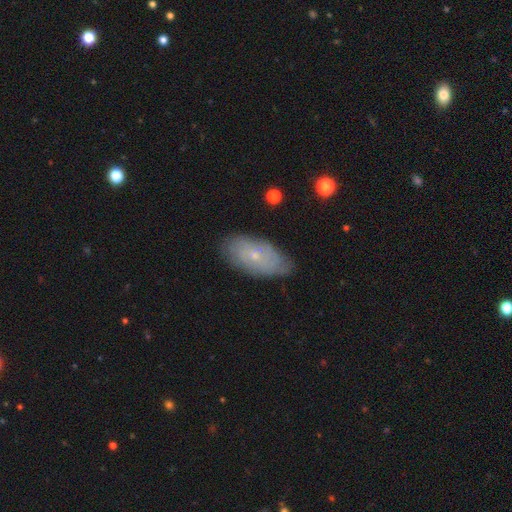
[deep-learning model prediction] Smooth or featured?
  - featured or disk: 47% *
  - smooth: 45%
  - star or artifact: 8%
Merging?
  - none: 75% *
  - minor disturbance: 19%
  - major disturbance: 4%
  - merger: 1%